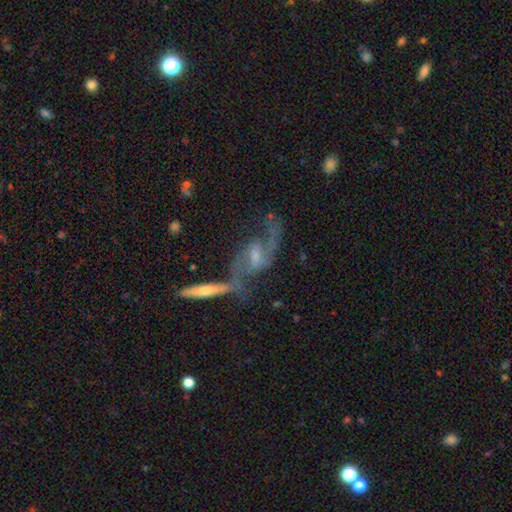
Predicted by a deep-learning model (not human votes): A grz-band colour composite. It shows a featured or disk galaxy (83%) with a weak bar (53%), 2 (86%) loose (53%) spiral arms (93%) and a small central bulge (43%). Merging: none (41%).